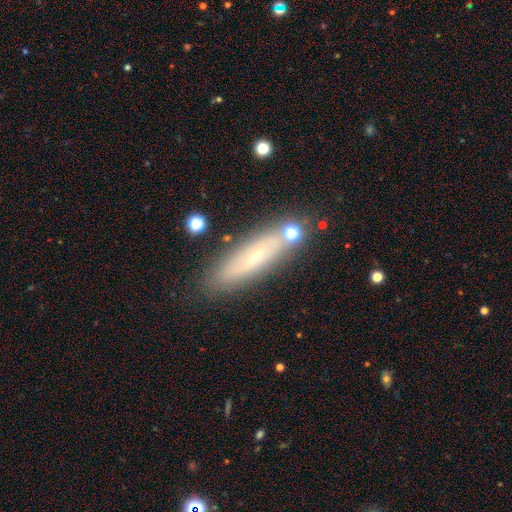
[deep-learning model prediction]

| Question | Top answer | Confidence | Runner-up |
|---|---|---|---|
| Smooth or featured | featured or disk | 46% | smooth (44%) |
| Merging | none | 77% | minor disturbance (14%) |